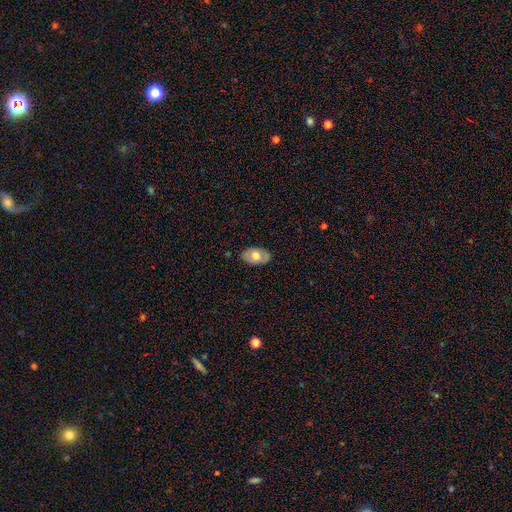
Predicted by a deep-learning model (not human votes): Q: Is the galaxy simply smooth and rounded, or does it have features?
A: smooth — 57%.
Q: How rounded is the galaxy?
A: in between — 91%.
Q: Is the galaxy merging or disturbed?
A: none — 83%.